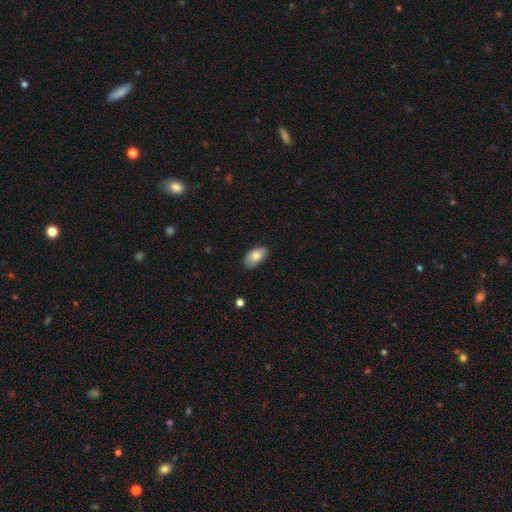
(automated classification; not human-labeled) This appears to be a smooth galaxy with no disk features (81%) that is in between round and cigar-shaped (94%). Merging: none (84%).